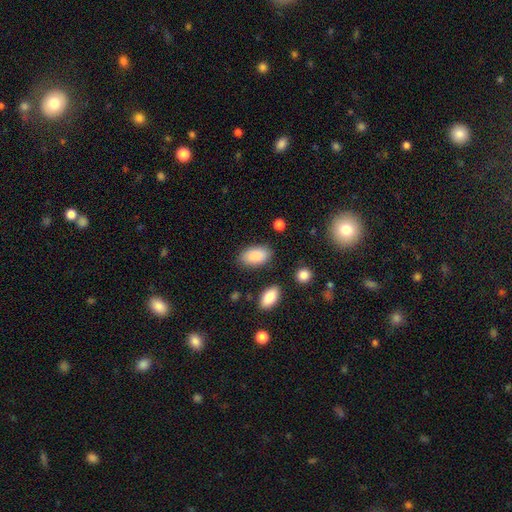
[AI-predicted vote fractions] This is clearly a smooth galaxy (89%). How rounded: clearly in between (94%). Merging: clearly none (81%).